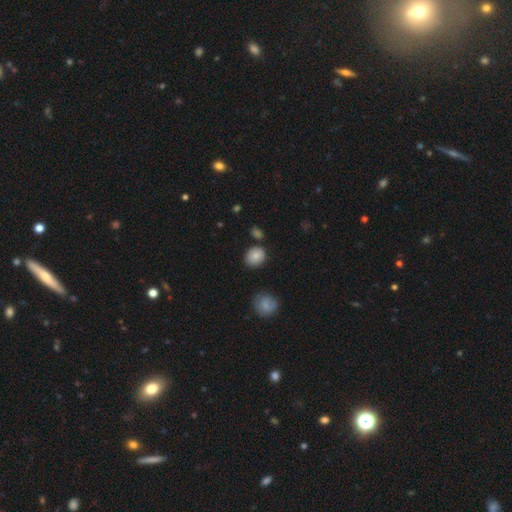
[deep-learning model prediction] Smooth or featured: smooth — 83% (star or artifact — 9%)
How rounded: round — 70% (in between — 29%)
Merging: none — 79% (minor disturbance — 13%)